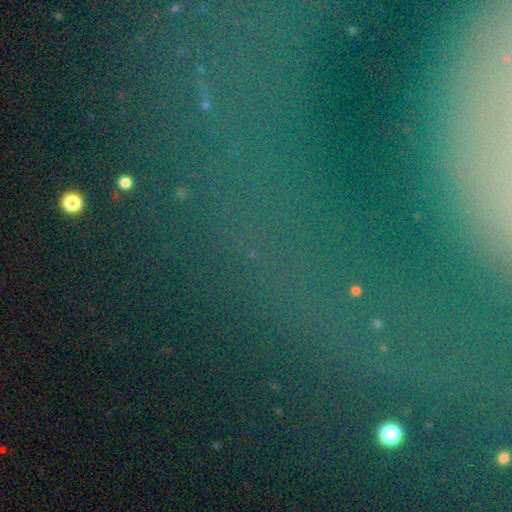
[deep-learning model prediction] A star or artifact, not a galaxy (71%).